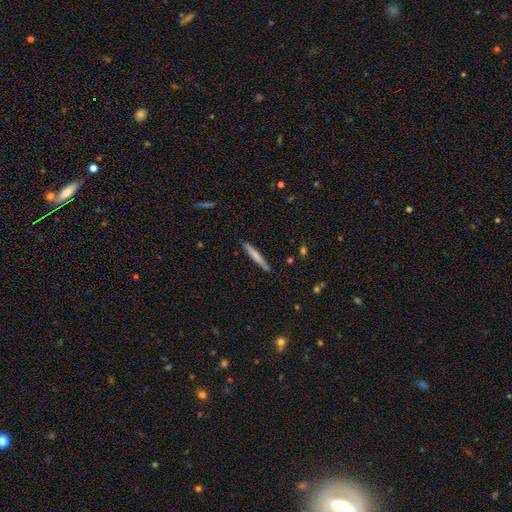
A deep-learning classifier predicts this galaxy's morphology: Smooth or featured? Predicted: smooth (p=0.67). How rounded? Predicted: cigar-shaped (p=0.96). Merging? Predicted: none (p=0.89).